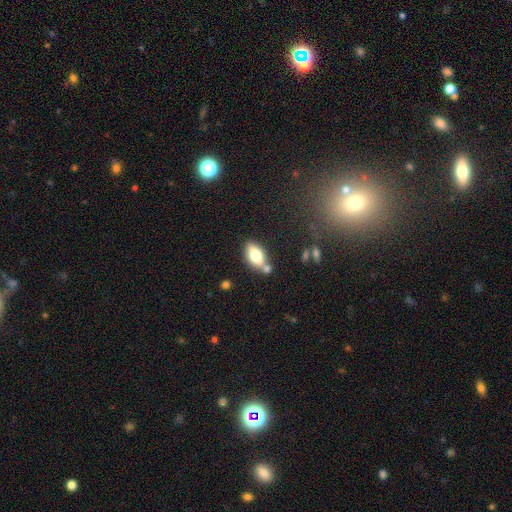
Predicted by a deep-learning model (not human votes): A smooth galaxy with no disk features (73%) that is in between round and cigar-shaped (89%).

Vote fractions:
- Smooth or featured? smooth: 73% / featured or disk: 20% / star or artifact: 8%
- How rounded? in between: 89% / cigar-shaped: 7% / round: 4%
- Merging? none: 62% / merger: 19% / minor disturbance: 15% / major disturbance: 4%